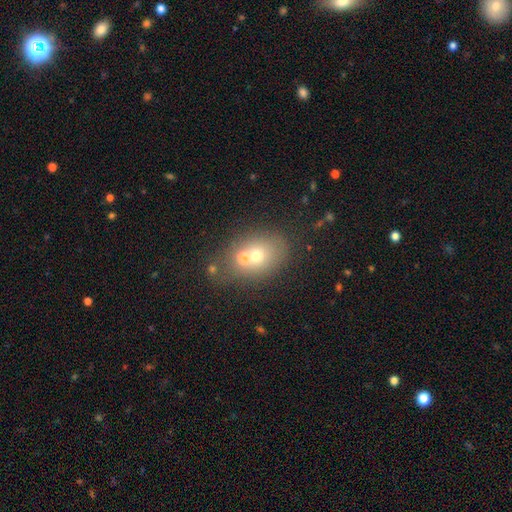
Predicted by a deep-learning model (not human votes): This is likely a smooth galaxy (61%). How rounded: possibly in between (53%). Merging: marginally merger (43%).